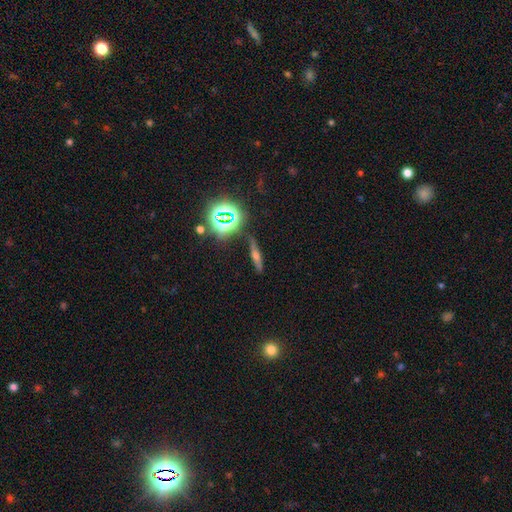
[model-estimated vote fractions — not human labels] Smooth or featured: featured or disk — 47% (star or artifact — 27%)
Merging: none — 87% (minor disturbance — 8%)